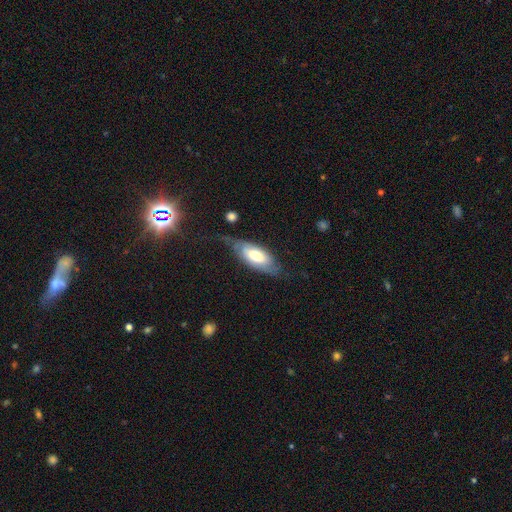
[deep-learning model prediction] Morphology: type=smooth (56%); roundness=in between (82%); merging=none (48%).